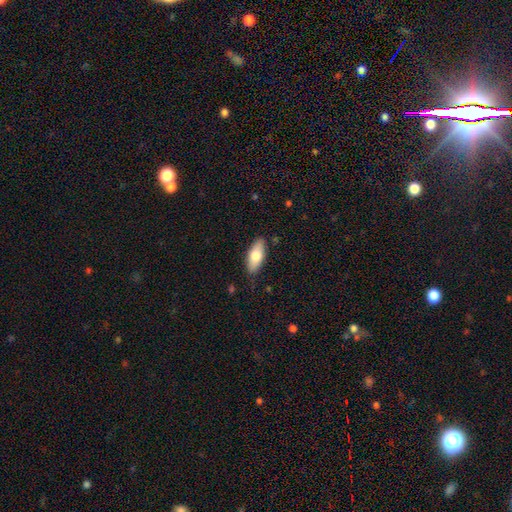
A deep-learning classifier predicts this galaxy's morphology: Q: Smooth or featured?
A: smooth (73%); runner-up: featured or disk (21%)
Q: How rounded?
A: in between (82%); runner-up: cigar-shaped (16%)
Q: Merging?
A: none (85%); runner-up: minor disturbance (12%)